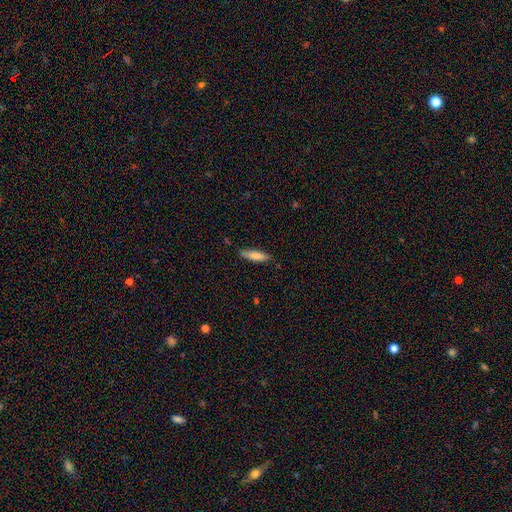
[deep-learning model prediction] A smooth galaxy with no disk features (76%) that is cigar-shaped (72%). Merging: none (83%).